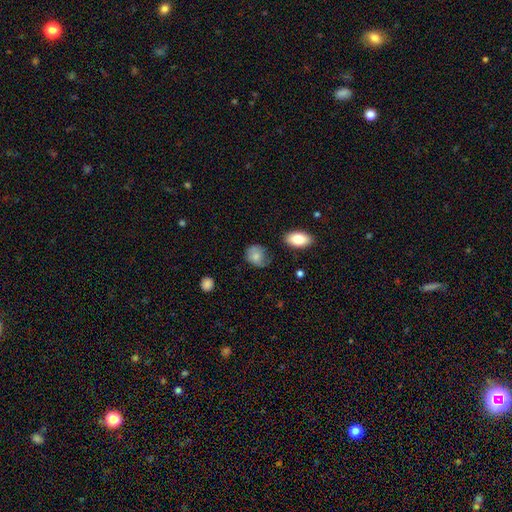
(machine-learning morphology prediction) Smooth or featured? Predicted: smooth (p=0.76). How rounded? Predicted: round (p=0.55). Merging? Predicted: none (p=0.58).